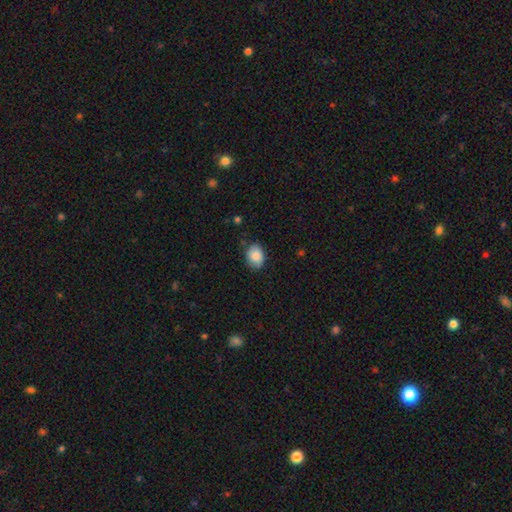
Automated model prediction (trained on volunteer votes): This is clearly a smooth galaxy (84%). How rounded: likely in between (67%). Merging: likely none (80%).